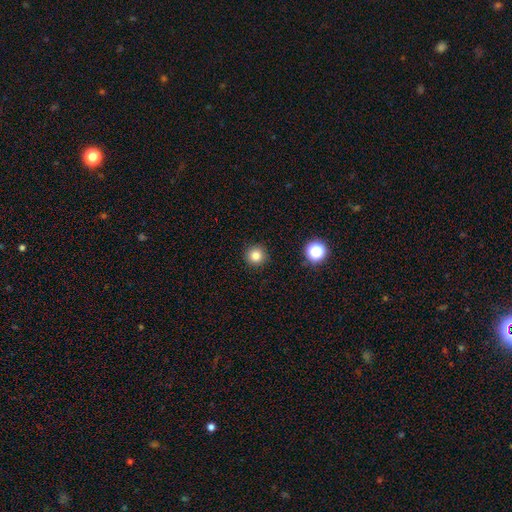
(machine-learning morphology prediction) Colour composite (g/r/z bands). It shows a smooth galaxy with no disk features (81%) that is round (95%). Merging: none (92%).